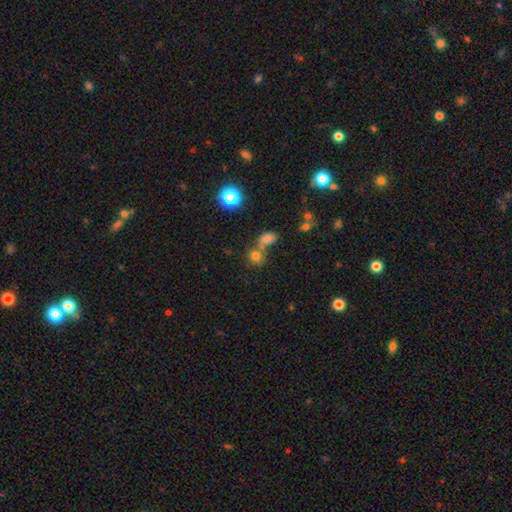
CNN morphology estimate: smooth_or_featured: smooth (p=0.73) [alt: star or artifact p=0.18]
how_rounded: round (p=0.75) [alt: in between p=0.23]
merging: none (p=0.47) [alt: merger p=0.39]